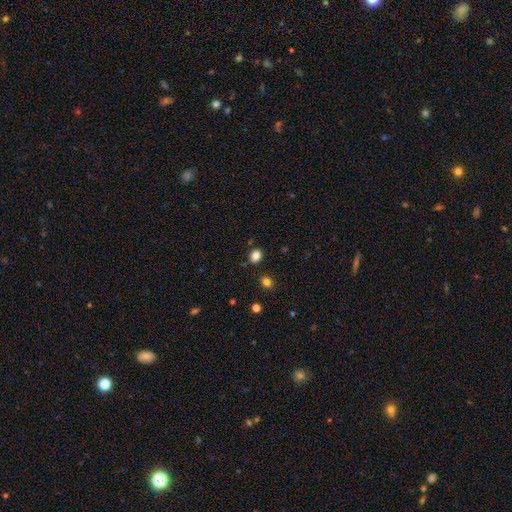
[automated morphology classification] This appears to be a smooth galaxy with no disk features (84%) that is round (51%). Merging: none (85%).